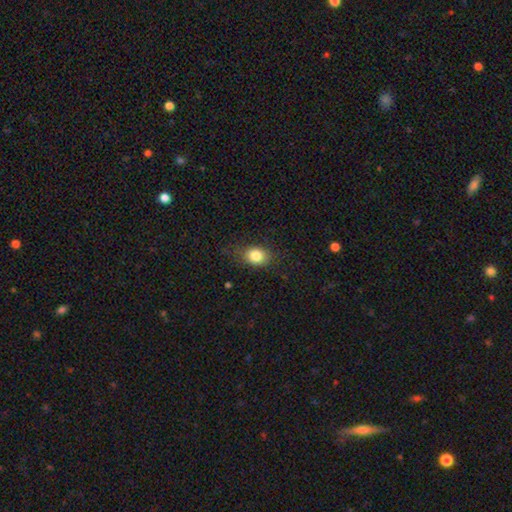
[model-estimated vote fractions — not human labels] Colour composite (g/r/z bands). It shows a smooth galaxy with no disk features (83%) that is in between round and cigar-shaped (55%). Merging: none (76%).